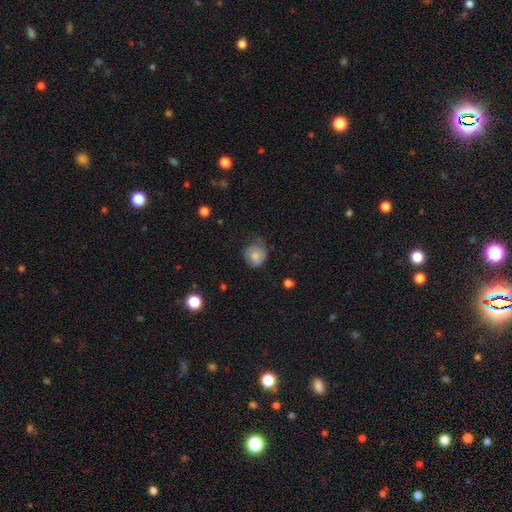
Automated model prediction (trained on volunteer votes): A smooth galaxy with no disk features (67%) that is round (75%).

Vote fractions:
- Smooth or featured? smooth: 67% / featured or disk: 26% / star or artifact: 8%
- How rounded? round: 75% / in between: 24% / cigar-shaped: 1%
- Merging? none: 50% / minor disturbance: 34% / major disturbance: 15% / merger: 1%